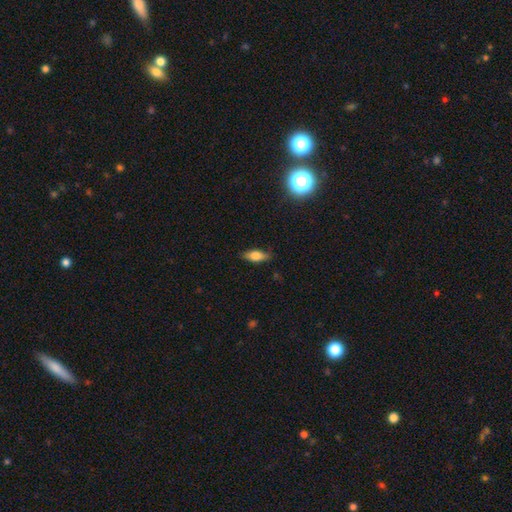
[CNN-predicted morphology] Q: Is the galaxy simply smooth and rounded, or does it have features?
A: smooth — 68%.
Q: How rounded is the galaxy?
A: in between — 73%.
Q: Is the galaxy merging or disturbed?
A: none — 82%.